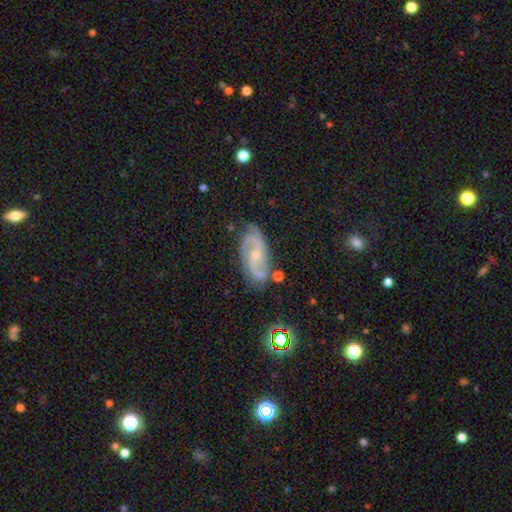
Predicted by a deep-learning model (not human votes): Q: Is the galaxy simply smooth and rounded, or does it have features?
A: featured or disk — 84%.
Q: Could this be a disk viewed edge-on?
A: no — 96%.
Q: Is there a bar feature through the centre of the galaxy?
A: no — 55%.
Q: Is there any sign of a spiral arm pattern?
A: yes — 97%.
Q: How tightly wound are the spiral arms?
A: medium — 50%.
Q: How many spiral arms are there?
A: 2 — 68%.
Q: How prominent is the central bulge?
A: small — 68%.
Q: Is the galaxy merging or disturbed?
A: none — 76%.